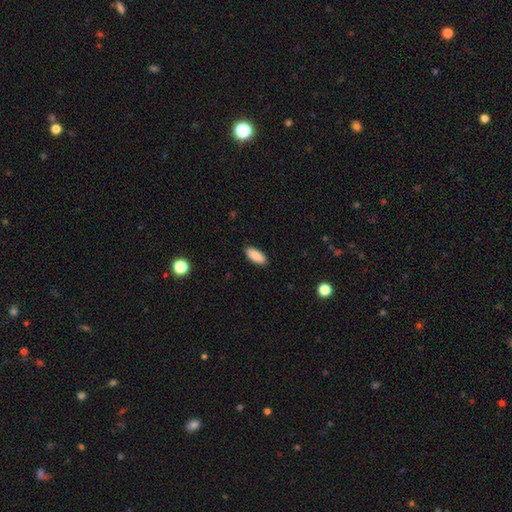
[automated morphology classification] Smooth or featured: smooth — 88% (star or artifact — 7%)
How rounded: in between — 86% (cigar-shaped — 12%)
Merging: none — 88% (minor disturbance — 9%)